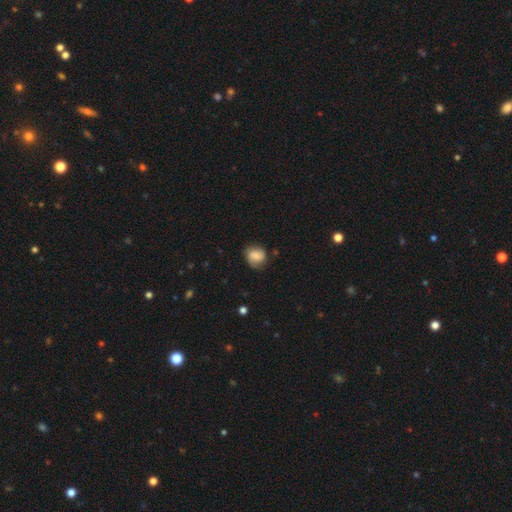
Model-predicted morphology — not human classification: A smooth galaxy with no disk features (60%) that is round (68%). Merging: none (68%).